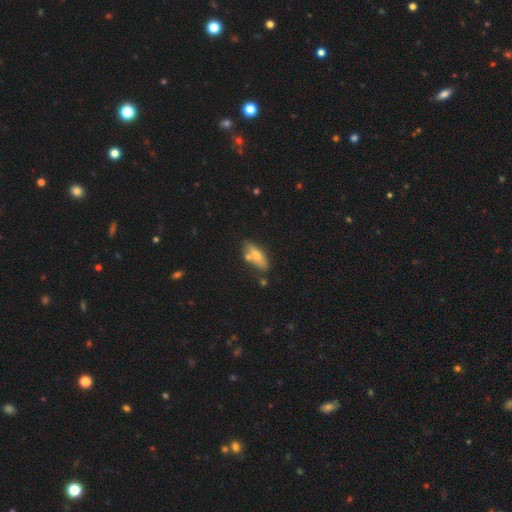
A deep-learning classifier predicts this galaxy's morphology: Smooth or featured? smooth (63%)
How rounded? in between (67%)
Merging? none (66%)